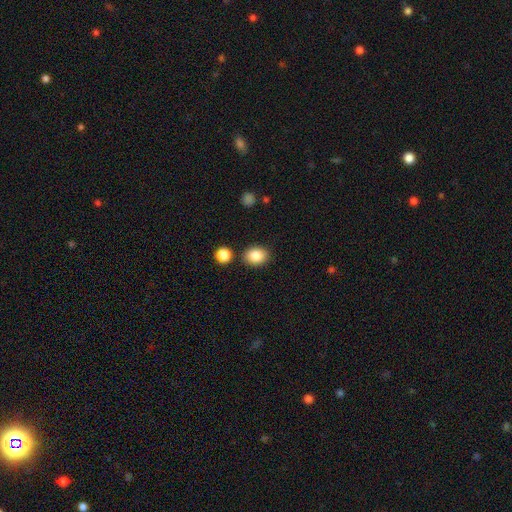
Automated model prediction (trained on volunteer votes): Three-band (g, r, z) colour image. It shows a smooth galaxy with no disk features (86%) that is in between round and cigar-shaped (58%). Merging: none (83%).